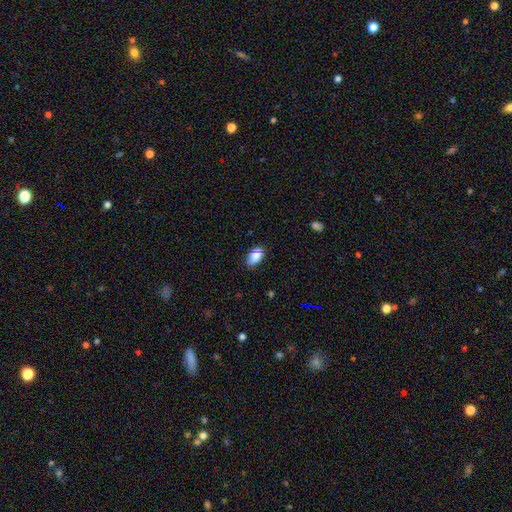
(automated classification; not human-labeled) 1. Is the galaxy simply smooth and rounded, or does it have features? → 85% smooth, 8% star or artifact, 7% featured or disk.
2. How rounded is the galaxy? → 92% in between, 6% round, 2% cigar-shaped.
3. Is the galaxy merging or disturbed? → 78% none, 18% minor disturbance, 3% major disturbance, 1% merger.